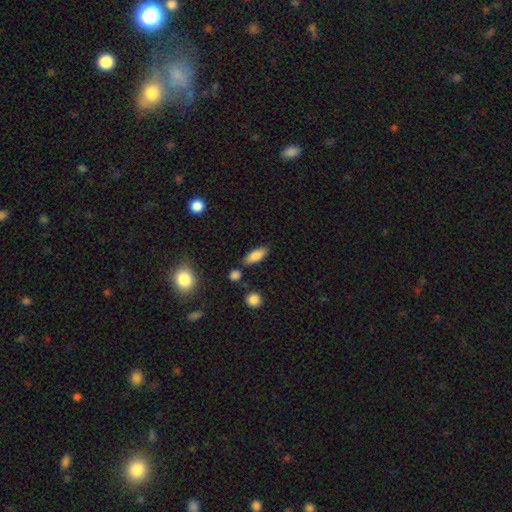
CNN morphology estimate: A smooth galaxy with no disk features (83%) that is in between round and cigar-shaped (76%).

Vote fractions:
- Smooth or featured? smooth: 83% / featured or disk: 9% / star or artifact: 8%
- How rounded? in between: 76% / cigar-shaped: 21% / round: 3%
- Merging? none: 80% / minor disturbance: 13% / merger: 5% / major disturbance: 3%